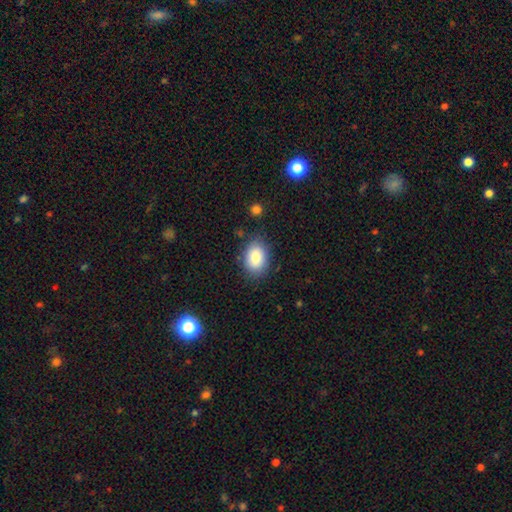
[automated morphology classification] This is clearly a smooth galaxy (85%). How rounded: likely in between (79%). Merging: likely none (80%).